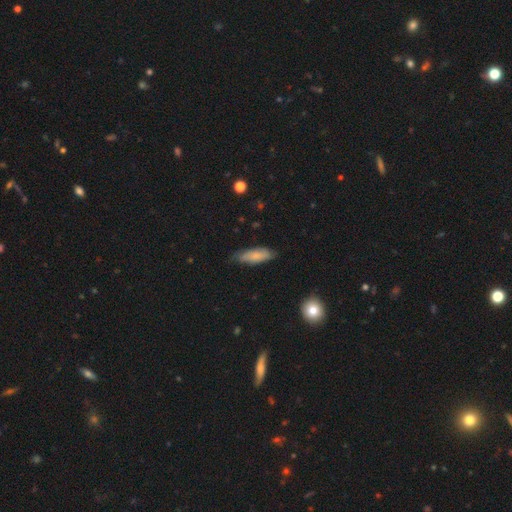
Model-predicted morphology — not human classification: This appears to be a smooth galaxy with no disk features (70%) that is in between round and cigar-shaped (60%). Merging: none (67%).